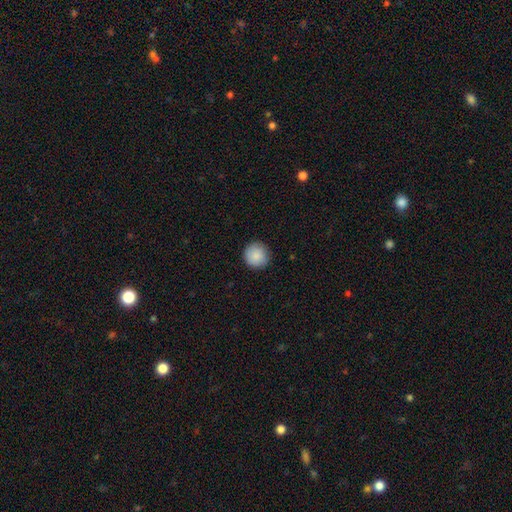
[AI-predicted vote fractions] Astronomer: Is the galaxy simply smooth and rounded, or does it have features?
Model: smooth — 87%.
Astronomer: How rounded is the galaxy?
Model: round — 95%.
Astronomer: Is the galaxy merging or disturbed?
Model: none — 90%.